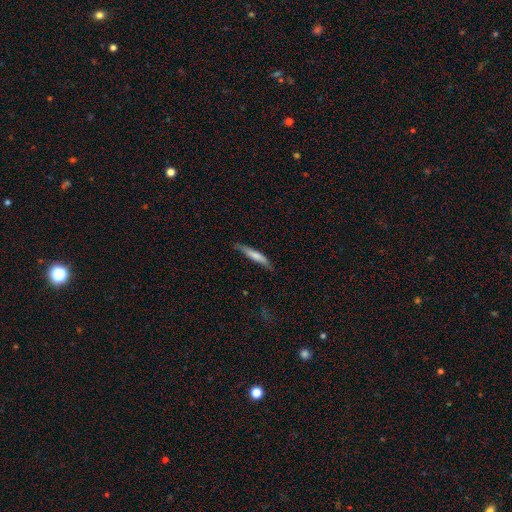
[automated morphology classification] Overall: smooth (67%; featured or disk 27%). How rounded: cigar-shaped (90%). Merging: none (73%).